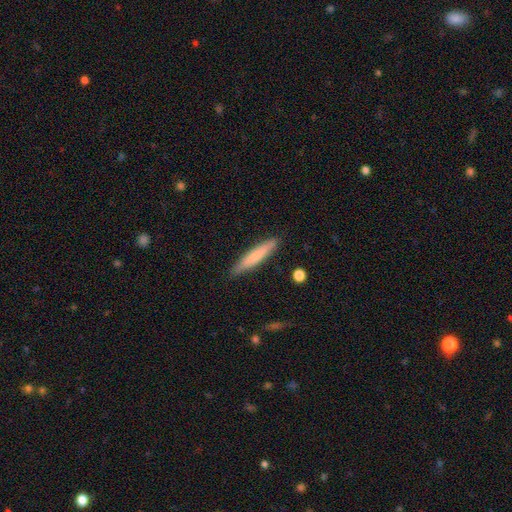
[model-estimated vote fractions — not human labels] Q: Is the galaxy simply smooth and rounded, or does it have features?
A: smooth — 75%.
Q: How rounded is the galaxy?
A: cigar-shaped — 91%.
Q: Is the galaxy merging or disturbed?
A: none — 88%.